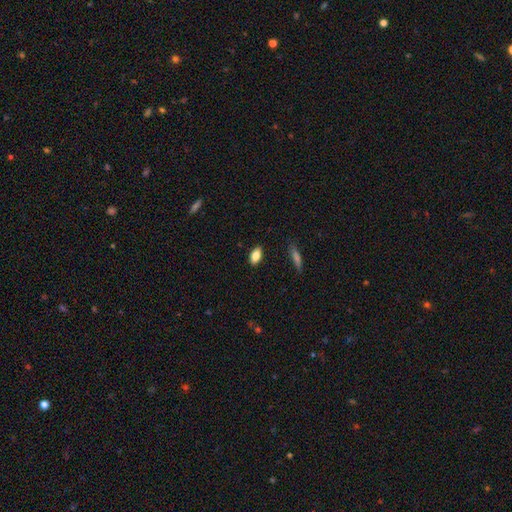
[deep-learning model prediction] The model was most divided on "smooth or featured": smooth: 81%, featured or disk: 11%, star or artifact: 8%. More confident: how rounded — in between (88%); merging — none (87%).